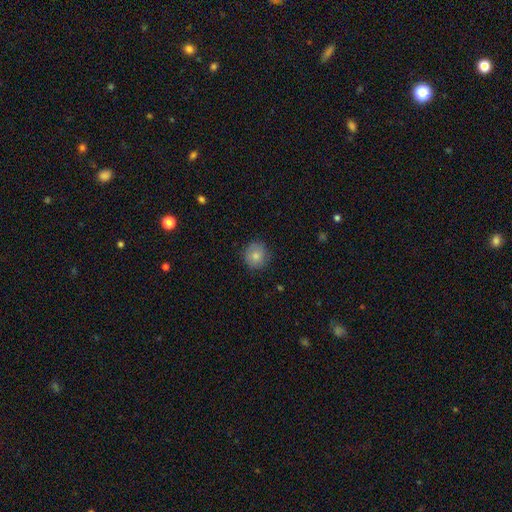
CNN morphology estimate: Overall: smooth (81%). How rounded: round (90%). Merging: none (84%).